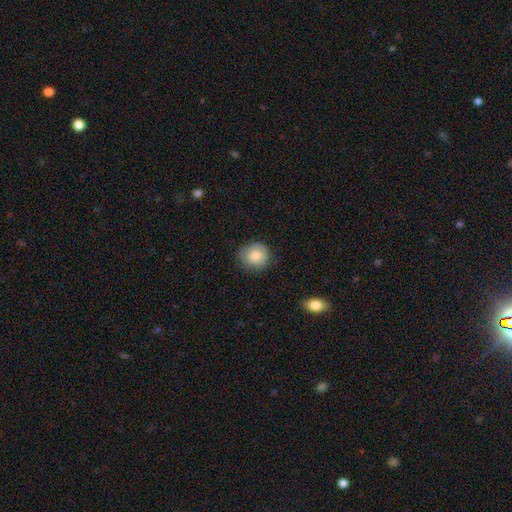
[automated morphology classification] smooth-or-featured: smooth: 81% | featured or disk: 11% | star or artifact: 7%
  how-rounded: round: 88% | in between: 11% | cigar-shaped: 1%
  merging: none: 78% | minor disturbance: 17% | major disturbance: 4% | merger: 1%